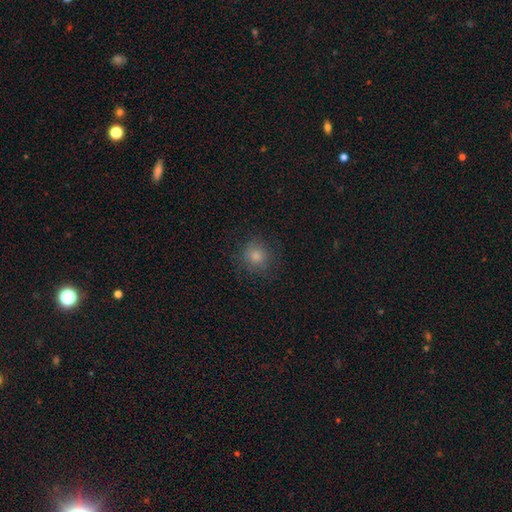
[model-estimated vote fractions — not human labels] Smooth or featured? Predicted: smooth (p=0.72). How rounded? Predicted: round (p=0.91). Merging? Predicted: none (p=0.86).